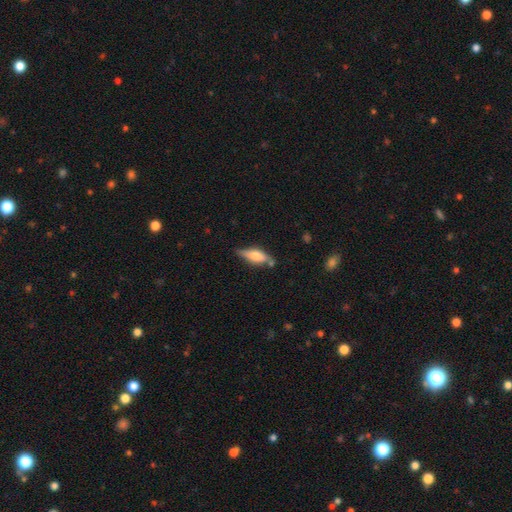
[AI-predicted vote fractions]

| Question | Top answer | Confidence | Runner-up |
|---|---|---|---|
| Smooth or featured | smooth | 58% | featured or disk (35%) |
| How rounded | in between | 61% | cigar-shaped (37%) |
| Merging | none | 65% | minor disturbance (23%) |